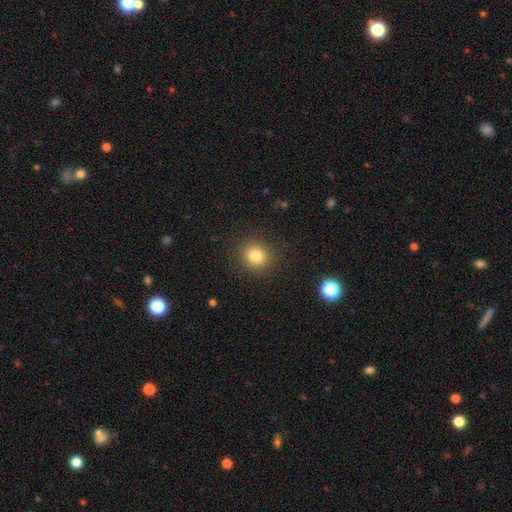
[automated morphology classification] Overall: smooth (81%). How rounded: round (89%). Merging: none (90%).